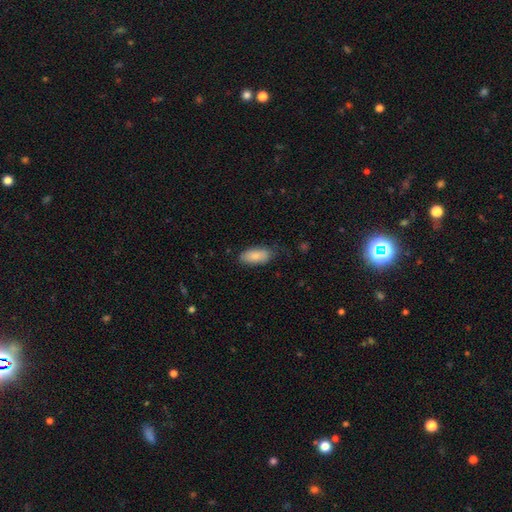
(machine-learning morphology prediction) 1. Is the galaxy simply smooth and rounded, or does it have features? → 84% smooth, 9% featured or disk, 6% star or artifact.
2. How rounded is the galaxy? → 90% in between, 8% cigar-shaped, 2% round.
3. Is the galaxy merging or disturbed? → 70% none, 23% minor disturbance, 5% major disturbance, 1% merger.